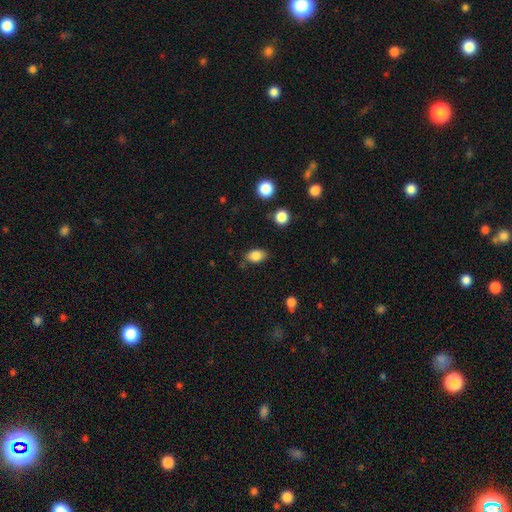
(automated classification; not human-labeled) A smooth galaxy with no disk features (85%) that is in between round and cigar-shaped (85%). Merging: none (76%).